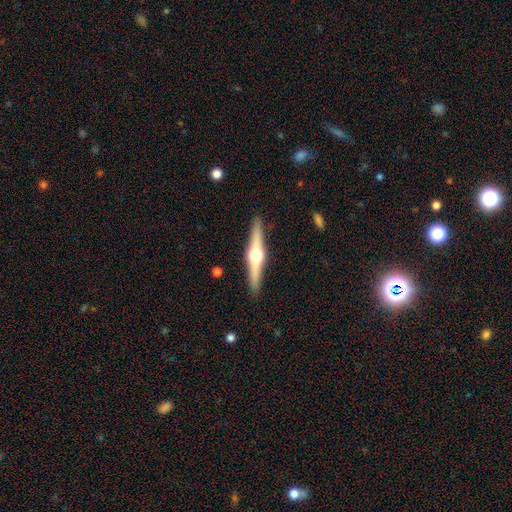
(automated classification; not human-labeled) Overall: featured or disk (74%). Edge-on disk: yes (98%). Edge-on bulge: rounded (95%). Merging: none (91%).